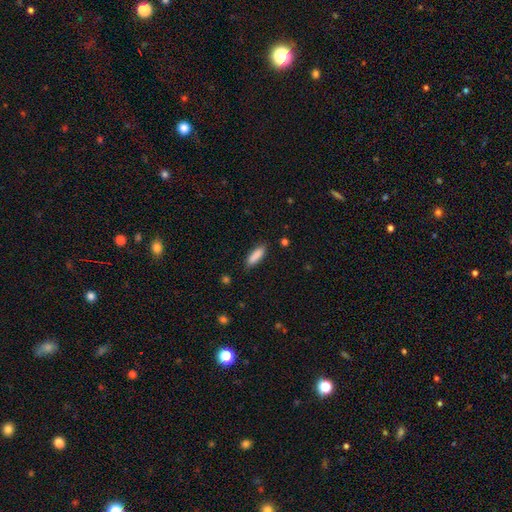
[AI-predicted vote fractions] The model was most divided on "how rounded": cigar-shaped: 51%, in between: 47%, round: 2%. More confident: smooth or featured — smooth (88%); merging — none (85%).